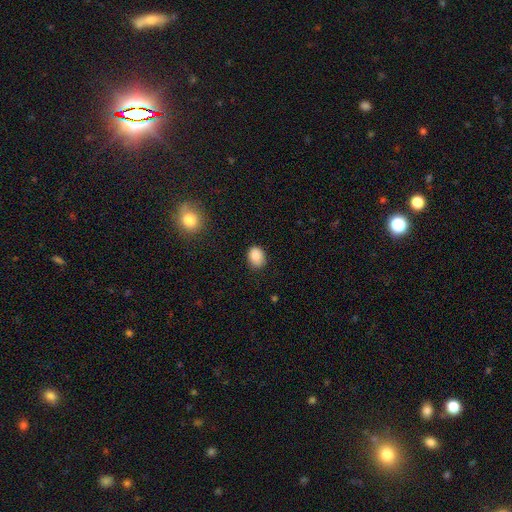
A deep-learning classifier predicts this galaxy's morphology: Smooth or featured? Predicted: smooth (p=0.87). How rounded? Predicted: in between (p=0.61). Merging? Predicted: none (p=0.83).